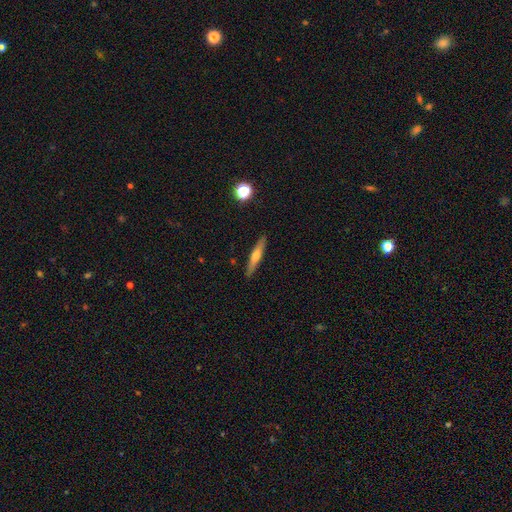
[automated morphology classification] Smooth or featured: featured or disk — 47% (smooth — 46%)
Merging: none — 90% (minor disturbance — 8%)